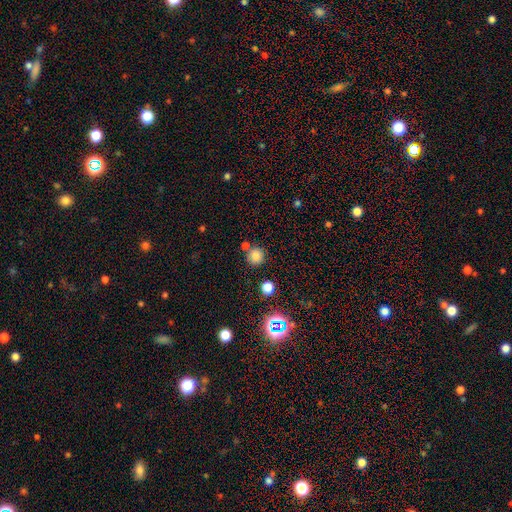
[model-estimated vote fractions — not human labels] Smooth or featured: smooth — 78% (star or artifact — 15%)
How rounded: round — 92% (in between — 7%)
Merging: none — 74% (merger — 15%)